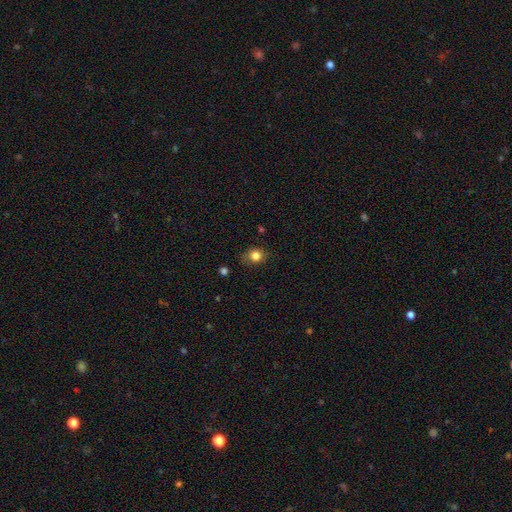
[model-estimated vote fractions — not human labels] The model was most divided on "how rounded": round: 69%, in between: 30%, cigar-shaped: 1%. More confident: smooth or featured — smooth (82%); merging — none (73%).